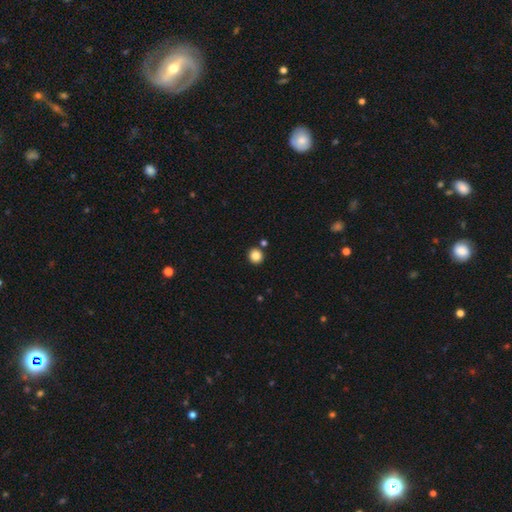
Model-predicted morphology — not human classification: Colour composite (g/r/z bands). It shows a smooth galaxy with no disk features (85%) that is round (93%). Merging: none (86%).